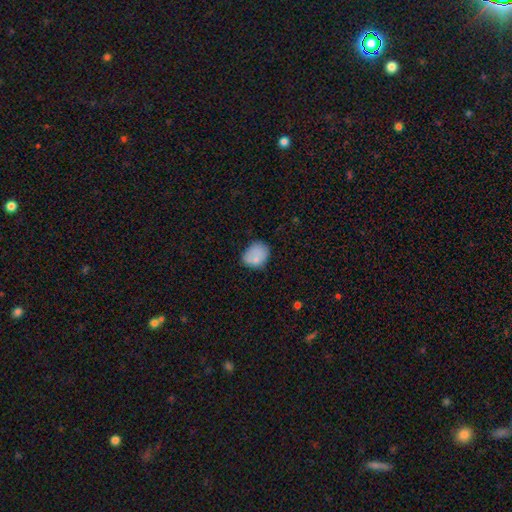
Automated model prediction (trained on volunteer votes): This appears to be a smooth galaxy with no disk features (77%) that is in between round and cigar-shaped (59%). Merging: none (55%).